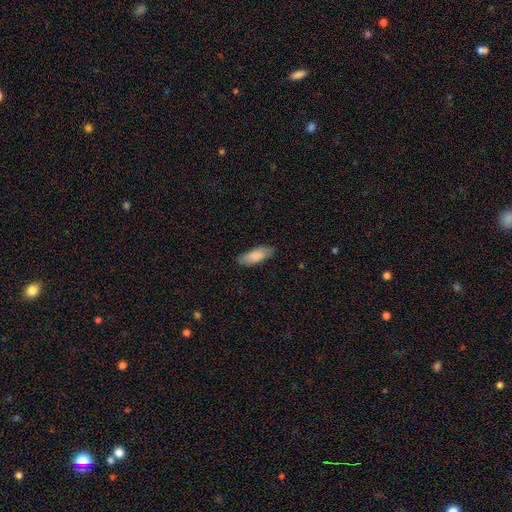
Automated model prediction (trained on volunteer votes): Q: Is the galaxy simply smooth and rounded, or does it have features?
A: smooth — 84%.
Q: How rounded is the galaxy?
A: in between — 70%.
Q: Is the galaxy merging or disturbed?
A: none — 83%.